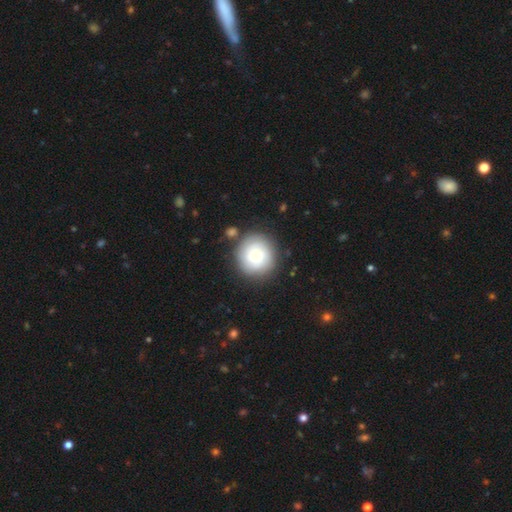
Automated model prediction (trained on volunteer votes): Morphology: type=smooth (65%); roundness=round (91%); merging=none (80%).